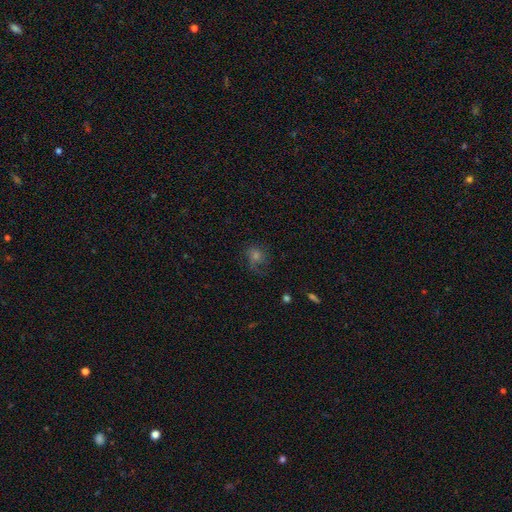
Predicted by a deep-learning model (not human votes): smooth-or-featured: smooth: 40% | featured or disk: 36% | star or artifact: 24%
  merging: none: 63% | minor disturbance: 19% | major disturbance: 15% | merger: 2%